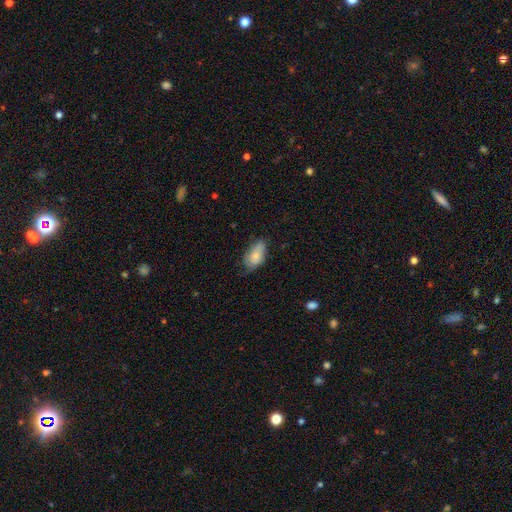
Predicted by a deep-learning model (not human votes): smooth 71%, featured or disk 22%, star or artifact 7%. Down the decision tree: how rounded — in between (92%); merging — none (52%).